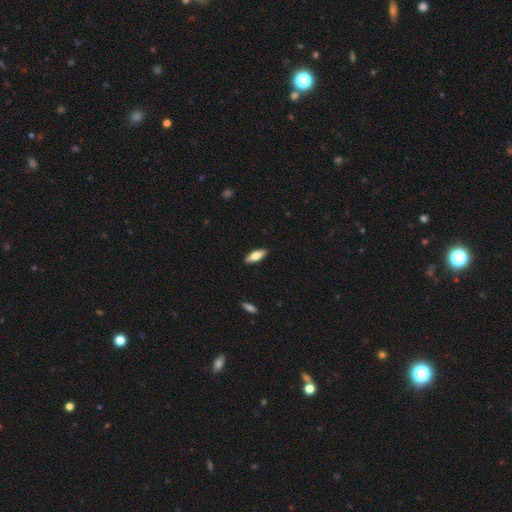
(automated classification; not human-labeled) Overall: smooth (60%; featured or disk 34%). How rounded: in between (63%; cigar-shaped 35%). Merging: none (89%).